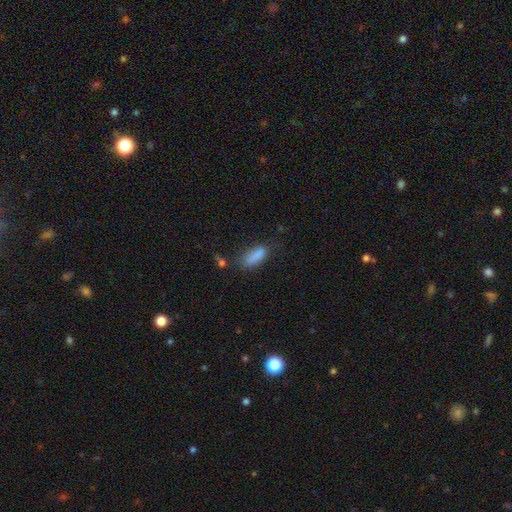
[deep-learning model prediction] A smooth galaxy with no disk features (85%) that is in between round and cigar-shaped (67%).

Vote fractions:
- Smooth or featured? smooth: 85% / star or artifact: 9% / featured or disk: 6%
- How rounded? in between: 67% / cigar-shaped: 30% / round: 3%
- Merging? none: 63% / minor disturbance: 24% / major disturbance: 9% / merger: 5%